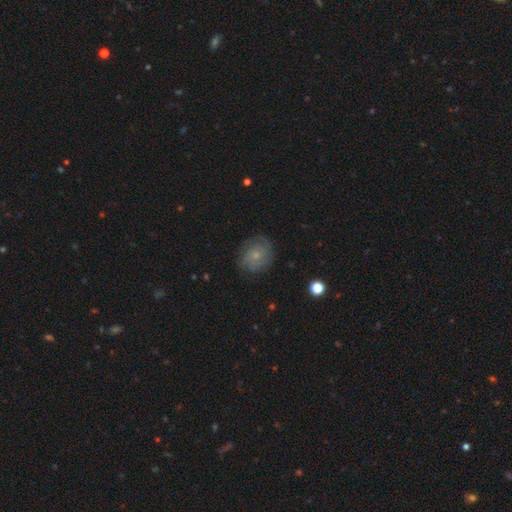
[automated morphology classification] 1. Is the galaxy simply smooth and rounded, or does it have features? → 50% smooth, 39% featured or disk, 10% star or artifact.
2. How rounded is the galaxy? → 71% round, 28% in between, 1% cigar-shaped.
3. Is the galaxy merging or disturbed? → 74% none, 18% minor disturbance, 6% major disturbance, 1% merger.